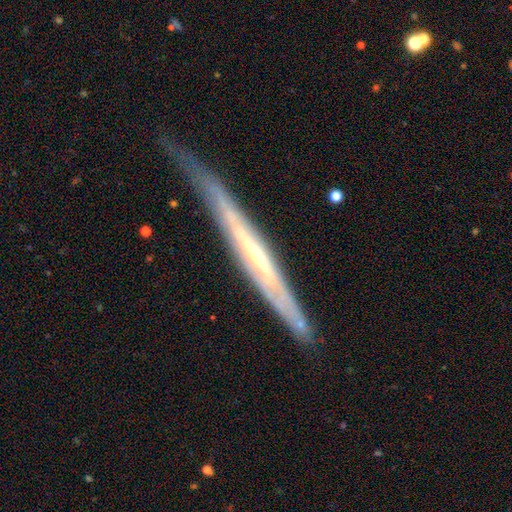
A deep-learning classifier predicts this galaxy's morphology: Smooth or featured? Predicted: featured or disk (p=0.76). Edge-on disk? Predicted: yes (p=0.88). Edge-on bulge? Predicted: none (p=0.59). Merging? Predicted: none (p=0.68).